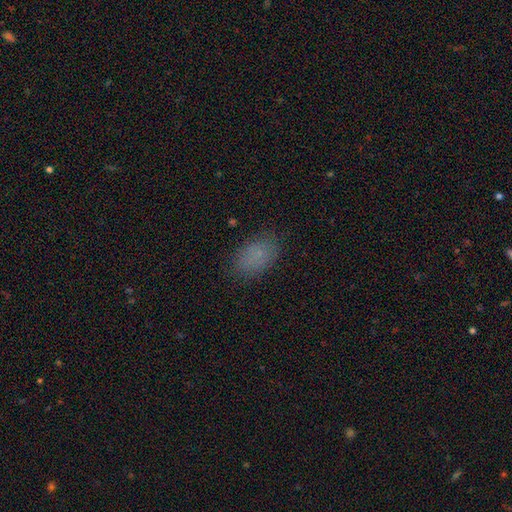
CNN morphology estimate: smooth_or_featured: smooth (p=0.77) [alt: star or artifact p=0.13]
how_rounded: in between (p=0.89) [alt: round p=0.10]
merging: none (p=0.79) [alt: minor disturbance p=0.15]